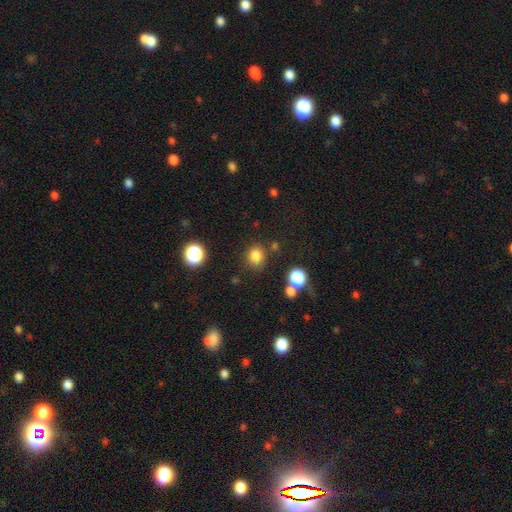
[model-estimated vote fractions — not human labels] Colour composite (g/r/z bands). It shows a smooth galaxy with no disk features (80%) that is round (77%). Merging: none (79%).